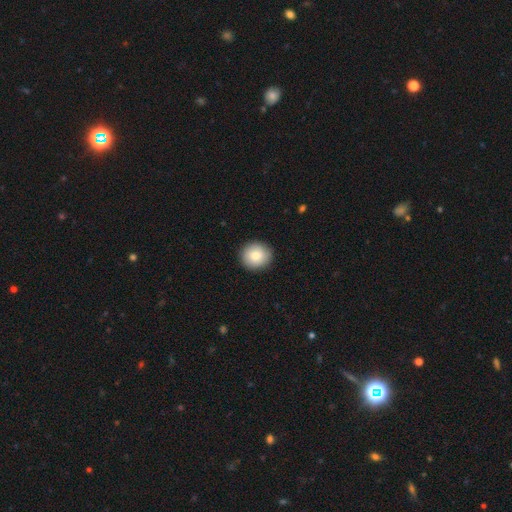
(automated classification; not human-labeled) smooth-or-featured: smooth: 83% | featured or disk: 9% | star or artifact: 8%
  how-rounded: round: 90% | in between: 9% | cigar-shaped: 1%
  merging: none: 91% | minor disturbance: 6% | major disturbance: 2% | merger: 1%